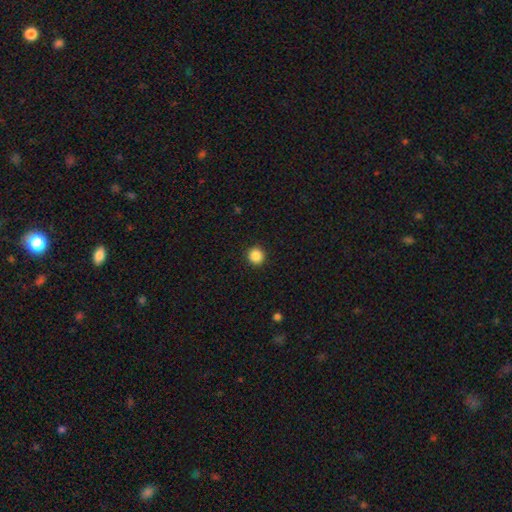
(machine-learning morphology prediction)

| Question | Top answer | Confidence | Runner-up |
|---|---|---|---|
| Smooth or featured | smooth | 87% | star or artifact (10%) |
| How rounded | round | 94% | in between (5%) |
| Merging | none | 92% | minor disturbance (5%) |